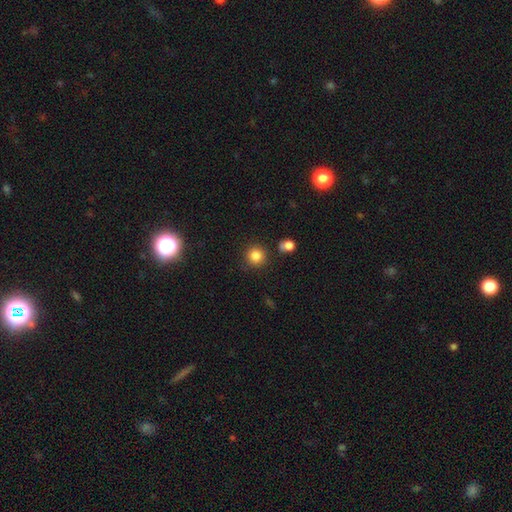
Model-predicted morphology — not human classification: Overall: smooth (84%). How rounded: round (93%). Merging: none (84%).